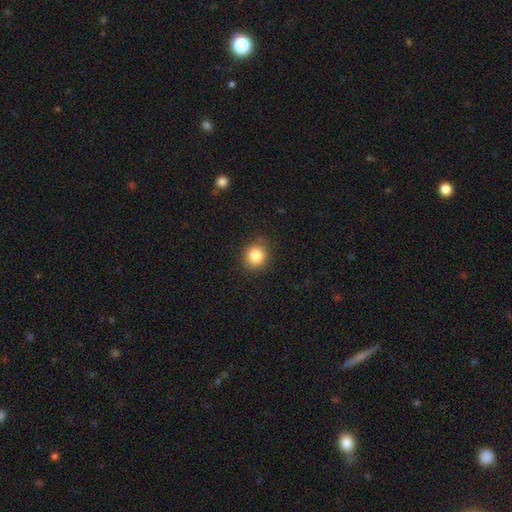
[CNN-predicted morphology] smooth-or-featured: smooth: 84% | star or artifact: 10% | featured or disk: 6%
  how-rounded: round: 86% | in between: 13% | cigar-shaped: 1%
  merging: none: 85% | minor disturbance: 12% | major disturbance: 3% | merger: 1%